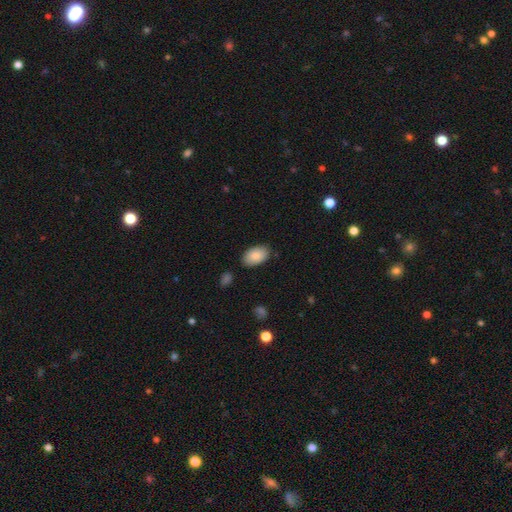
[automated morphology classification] Smooth or featured?
  - smooth: 85% *
  - featured or disk: 8%
  - star or artifact: 6%
How rounded?
  - in between: 93% *
  - round: 6%
  - cigar-shaped: 1%
Merging?
  - none: 83% *
  - minor disturbance: 12%
  - major disturbance: 2%
  - merger: 2%